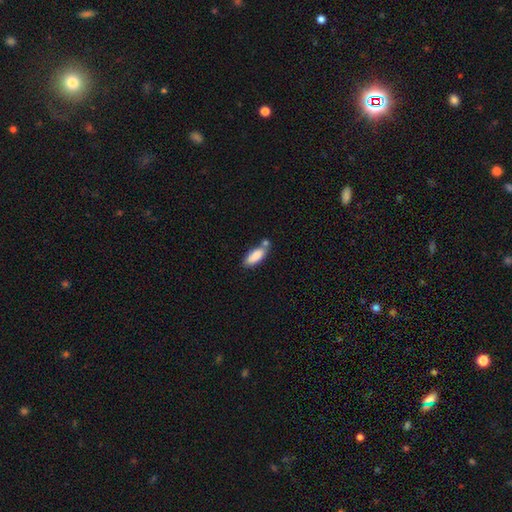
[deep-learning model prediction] This is clearly a smooth galaxy (84%). How rounded: likely in between (74%). Merging: possibly none (53%).